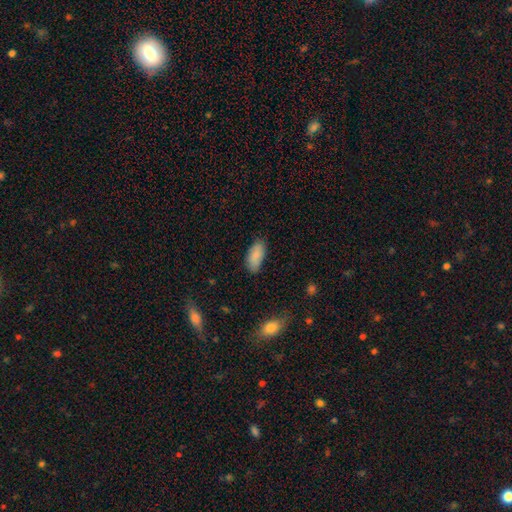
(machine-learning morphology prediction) Q: Smooth or featured?
A: smooth (87%); runner-up: star or artifact (7%)
Q: How rounded?
A: in between (90%); runner-up: cigar-shaped (8%)
Q: Merging?
A: none (79%); runner-up: minor disturbance (16%)